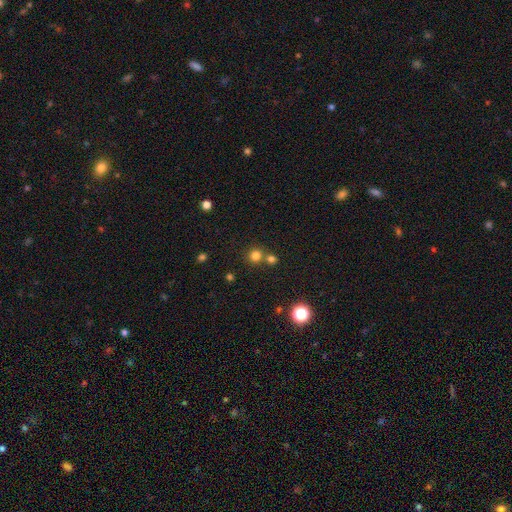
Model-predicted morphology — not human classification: Smooth or featured? Predicted: smooth (p=0.77). How rounded? Predicted: round (p=0.92). Merging? Predicted: none (p=0.66).